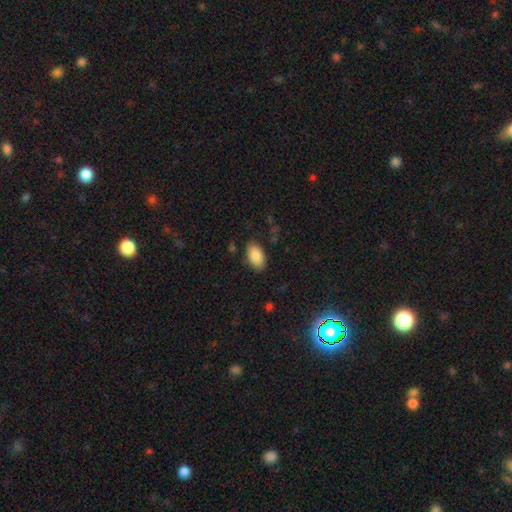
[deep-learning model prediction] smooth 87%, star or artifact 7%, featured or disk 7%. Down the decision tree: how rounded — in between (94%); merging — none (84%).